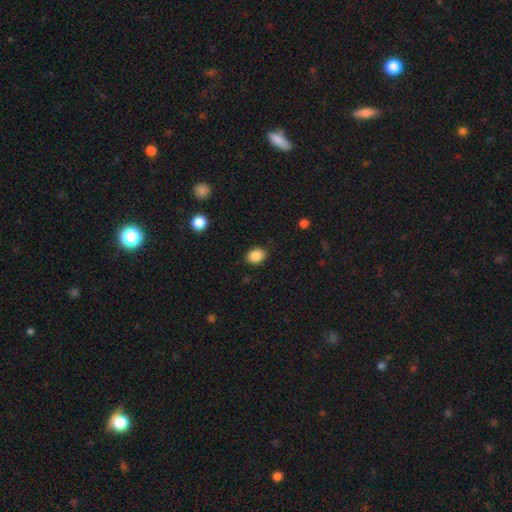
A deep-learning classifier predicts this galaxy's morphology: smooth-or-featured: smooth: 88% | star or artifact: 9% | featured or disk: 3%
  how-rounded: in between: 55% | round: 45% | cigar-shaped: 1%
  merging: none: 88% | minor disturbance: 9% | major disturbance: 2% | merger: 1%